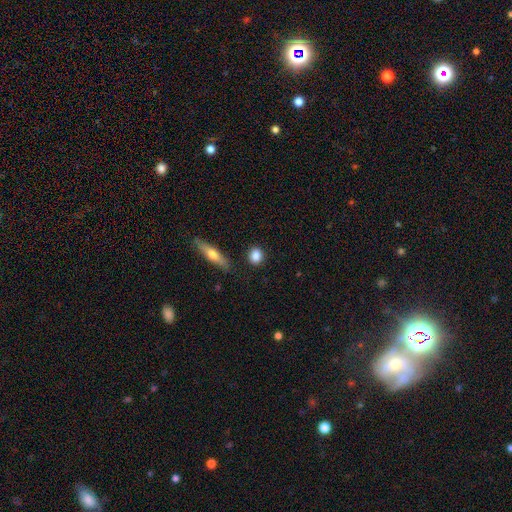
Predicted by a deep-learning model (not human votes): Morphology: type=smooth (85%); roundness=round (61%); merging=none (86%).